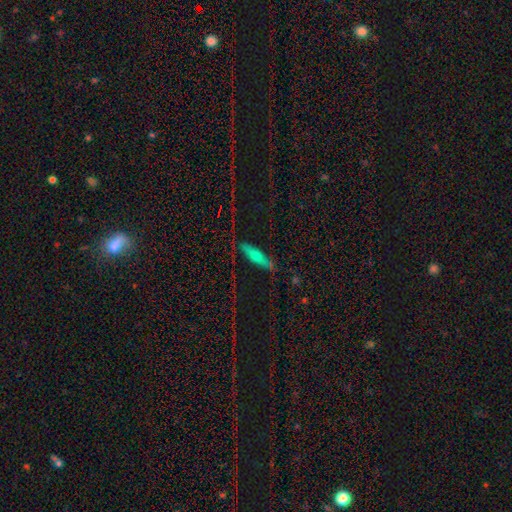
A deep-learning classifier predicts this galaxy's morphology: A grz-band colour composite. It shows a smooth galaxy with no disk features (55%) that is cigar-shaped (61%). Merging: none (76%).